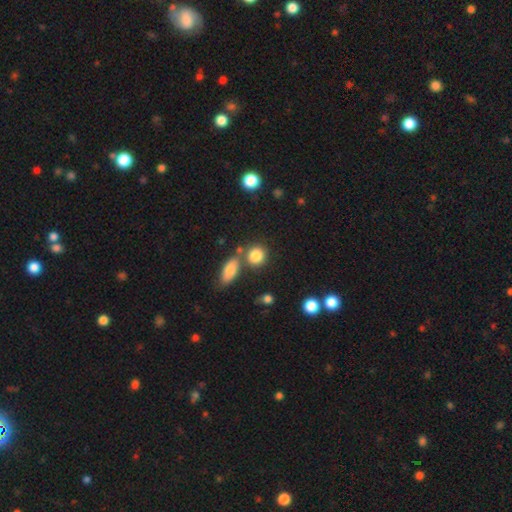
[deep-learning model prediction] Q: Smooth or featured?
A: smooth (84%); runner-up: star or artifact (10%)
Q: How rounded?
A: round (75%); runner-up: in between (23%)
Q: Merging?
A: none (63%); runner-up: merger (21%)